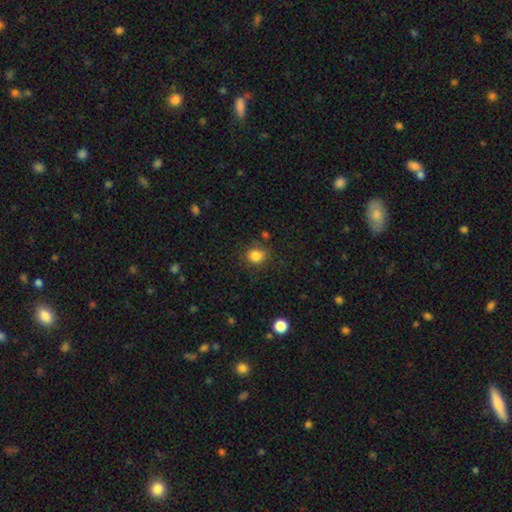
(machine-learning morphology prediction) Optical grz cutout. It shows a smooth galaxy with no disk features (83%) that is round (76%). Merging: none (78%).